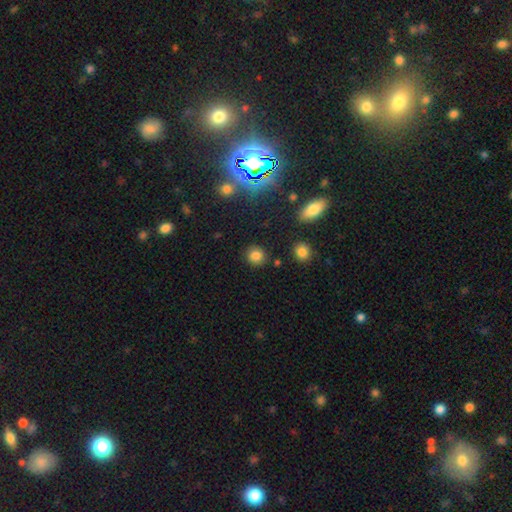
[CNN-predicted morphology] Overall: smooth (81%). How rounded: round (87%). Merging: none (86%).